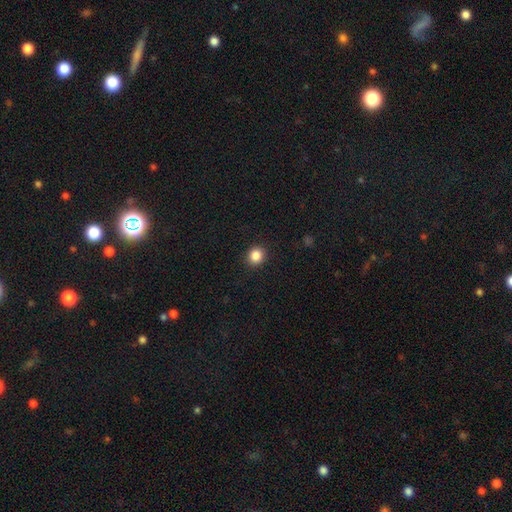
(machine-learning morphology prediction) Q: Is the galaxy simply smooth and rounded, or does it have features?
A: smooth — 86%.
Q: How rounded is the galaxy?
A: round — 83%.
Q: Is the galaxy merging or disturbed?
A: none — 91%.